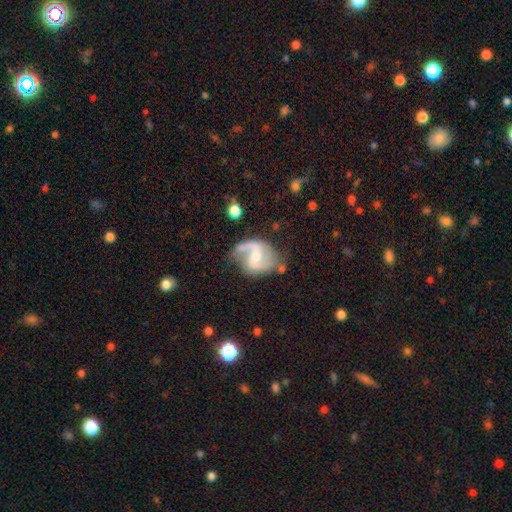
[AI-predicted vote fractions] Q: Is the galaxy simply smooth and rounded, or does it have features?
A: featured or disk — 87%.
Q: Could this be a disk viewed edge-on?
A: no — 98%.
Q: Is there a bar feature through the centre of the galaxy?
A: weak — 52%.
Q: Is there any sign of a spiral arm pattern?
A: yes — 96%.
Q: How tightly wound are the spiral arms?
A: medium — 49%.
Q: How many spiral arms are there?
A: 2 — 86%.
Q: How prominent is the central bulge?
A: moderate — 52%.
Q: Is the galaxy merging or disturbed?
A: none — 62%.